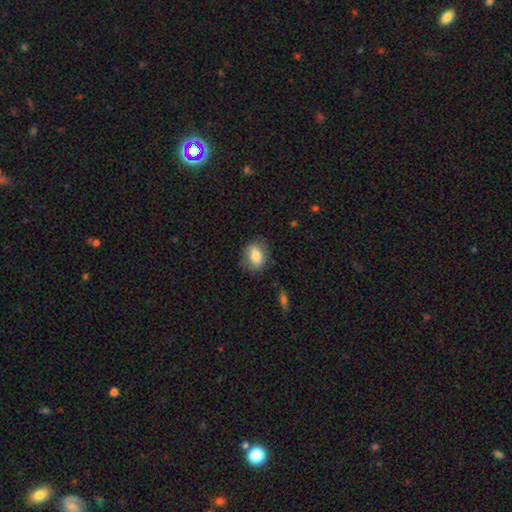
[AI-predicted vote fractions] Smooth or featured? smooth (77%)
How rounded? in between (69%)
Merging? none (77%)